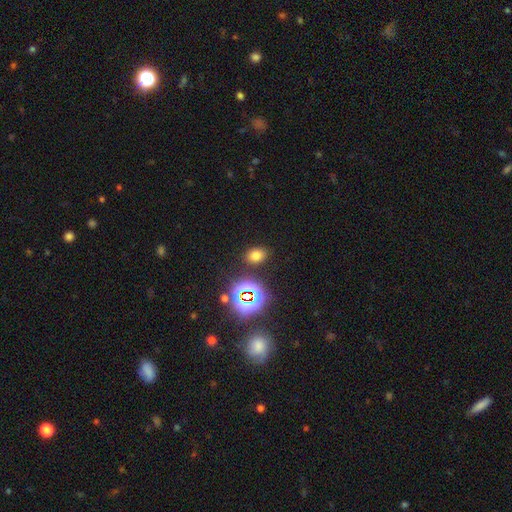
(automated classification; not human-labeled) Smooth or featured? Predicted: smooth (p=0.68). How rounded? Predicted: in between (p=0.64). Merging? Predicted: none (p=0.84).